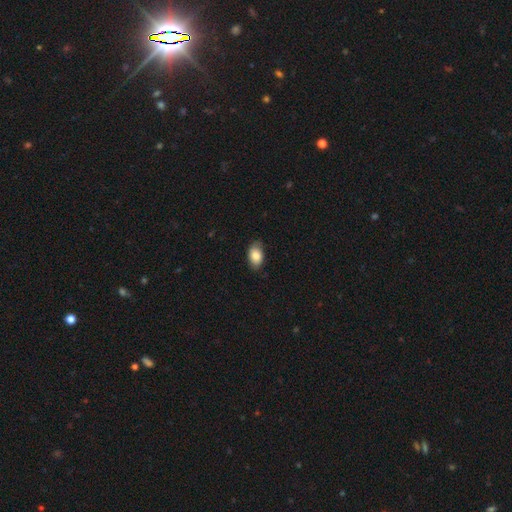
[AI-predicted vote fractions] Smooth or featured: smooth — 84% (featured or disk — 10%)
How rounded: in between — 91% (round — 8%)
Merging: none — 78% (minor disturbance — 18%)